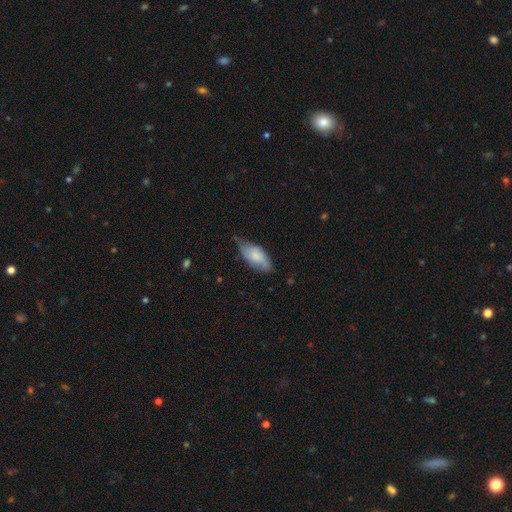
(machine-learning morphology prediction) This appears to be a smooth galaxy with no disk features (63%) that is in between round and cigar-shaped (87%). Merging: none (46%).